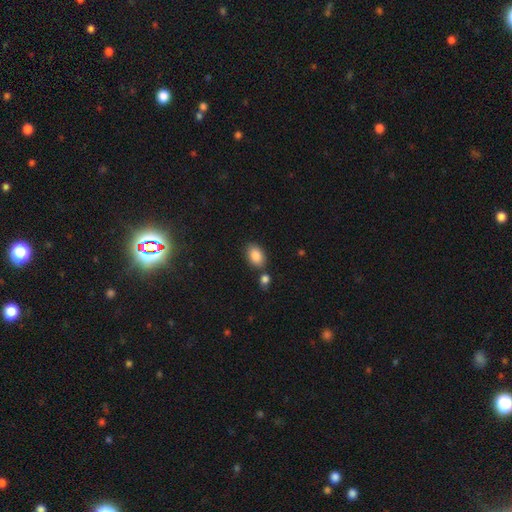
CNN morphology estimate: Overall: smooth (87%). How rounded: in between (87%). Merging: none (73%).